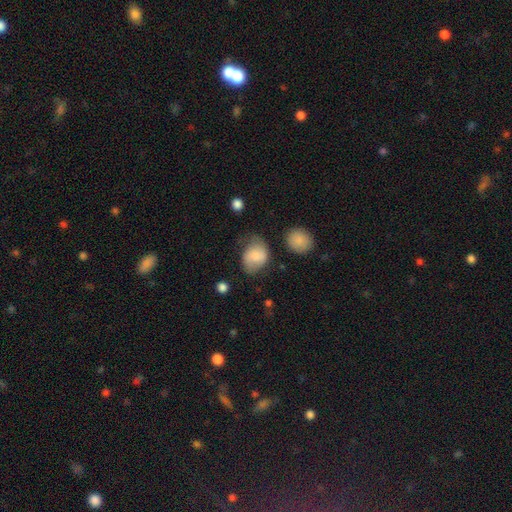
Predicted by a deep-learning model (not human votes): Smooth or featured? smooth (75%)
How rounded? in between (65%)
Merging? none (54%)